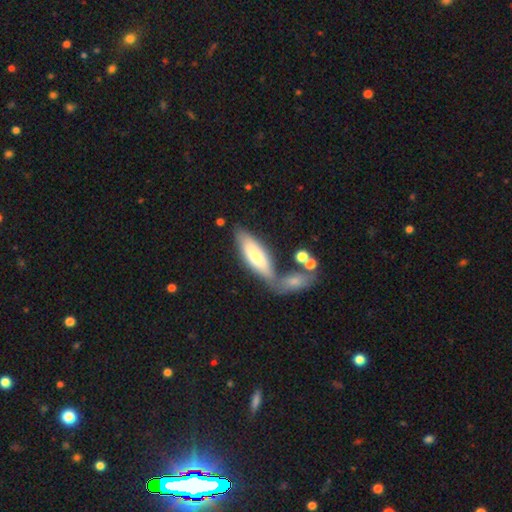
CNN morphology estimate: A smooth galaxy with no disk features (63%) that is in between round and cigar-shaped (53%). Merging: none (49%).